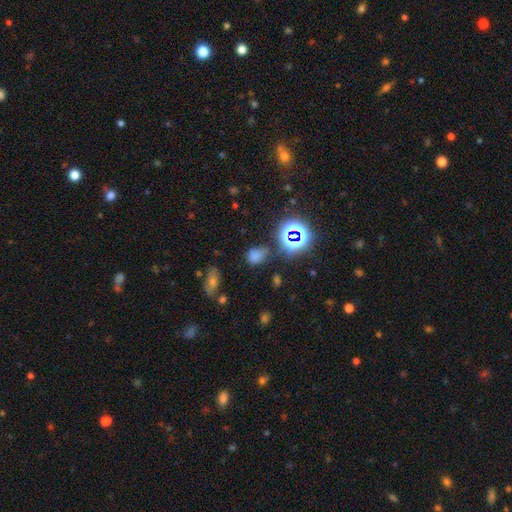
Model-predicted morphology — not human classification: smooth_or_featured: smooth (p=0.61) [alt: star or artifact p=0.31]
how_rounded: in between (p=0.59) [alt: round p=0.39]
merging: none (p=0.58) [alt: minor disturbance p=0.23]